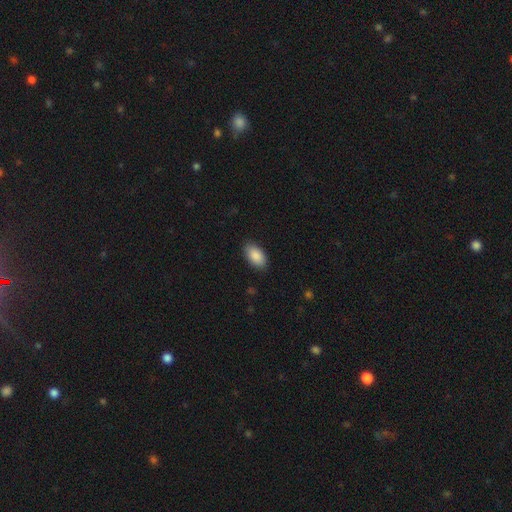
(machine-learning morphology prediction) Smooth or featured? Predicted: smooth (p=0.89). How rounded? Predicted: in between (p=0.95). Merging? Predicted: none (p=0.87).